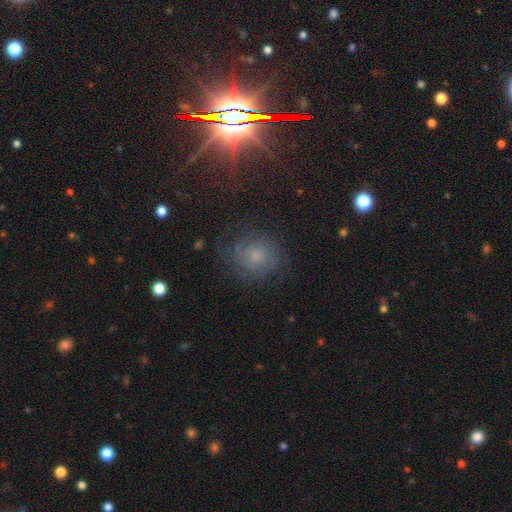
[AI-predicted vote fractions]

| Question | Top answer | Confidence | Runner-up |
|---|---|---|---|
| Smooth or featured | featured or disk | 42% | smooth (32%) |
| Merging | none | 75% | minor disturbance (15%) |